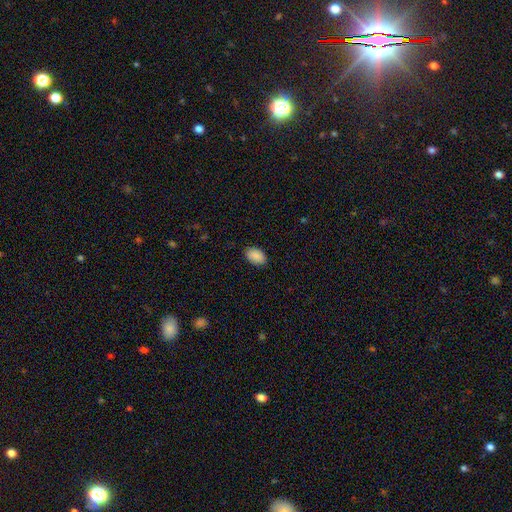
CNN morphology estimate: Smooth or featured? smooth (90%)
How rounded? in between (91%)
Merging? none (87%)